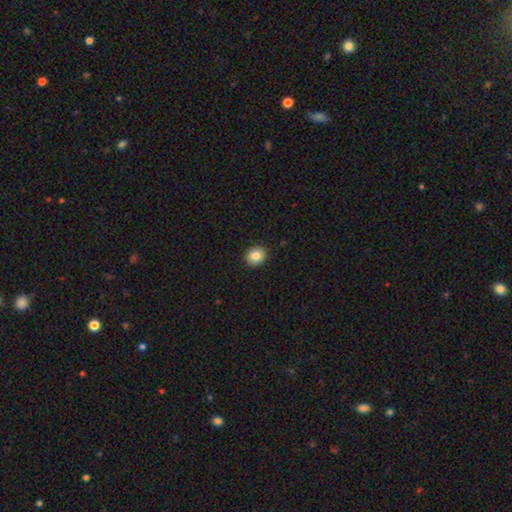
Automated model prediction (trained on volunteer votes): Overall: smooth (85%). How rounded: round (72%). Merging: none (91%).